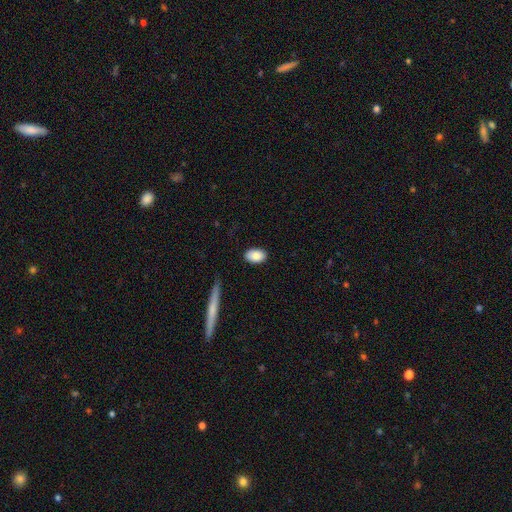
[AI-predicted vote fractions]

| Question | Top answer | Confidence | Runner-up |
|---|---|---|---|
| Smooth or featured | smooth | 86% | featured or disk (7%) |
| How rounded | in between | 91% | round (7%) |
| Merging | none | 86% | minor disturbance (10%) |